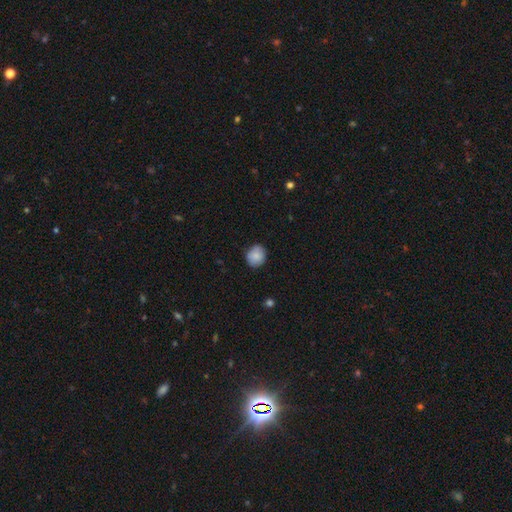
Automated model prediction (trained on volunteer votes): smooth 85%, star or artifact 7%, featured or disk 7%. Down the decision tree: how rounded — round (75%); merging — none (82%).